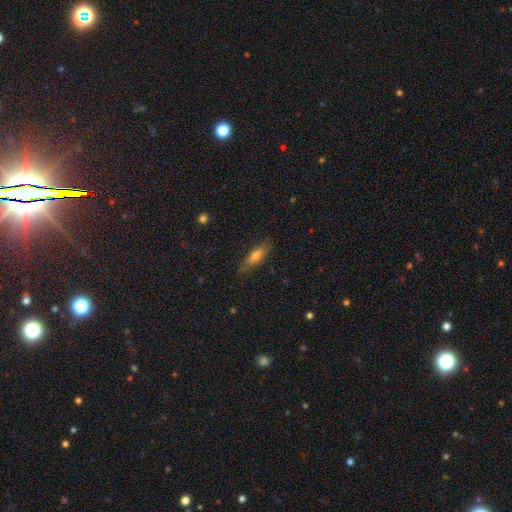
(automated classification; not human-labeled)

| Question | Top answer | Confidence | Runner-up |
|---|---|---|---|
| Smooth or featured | smooth | 63% | featured or disk (28%) |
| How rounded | cigar-shaped | 57% | in between (41%) |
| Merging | none | 79% | minor disturbance (16%) |